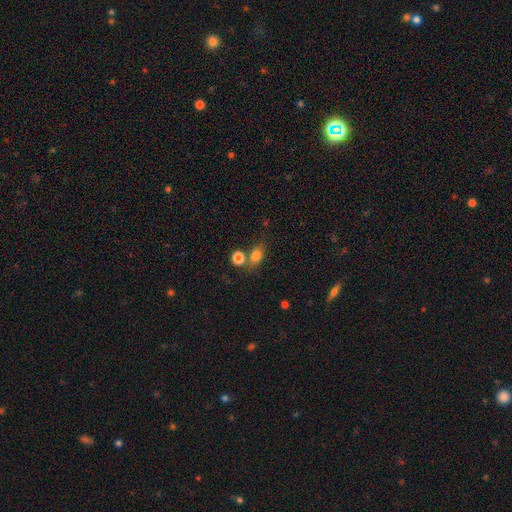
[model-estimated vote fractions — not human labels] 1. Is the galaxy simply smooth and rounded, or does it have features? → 79% smooth, 13% star or artifact, 9% featured or disk.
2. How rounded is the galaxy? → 61% in between, 37% round, 2% cigar-shaped.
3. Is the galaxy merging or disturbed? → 58% none, 25% merger, 13% minor disturbance, 5% major disturbance.